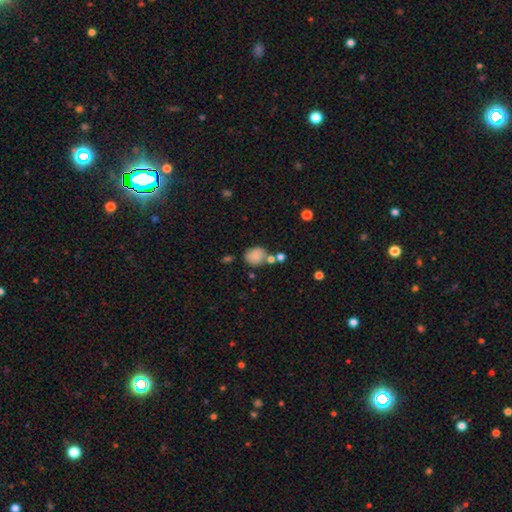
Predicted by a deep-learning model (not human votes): The model was most divided on "how rounded": round: 62%, in between: 37%, cigar-shaped: 1%. More confident: smooth or featured — smooth (80%); merging — none (57%).